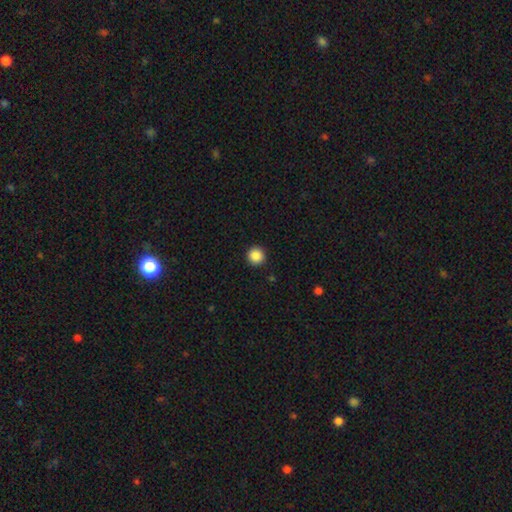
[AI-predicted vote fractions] Smooth or featured? Predicted: smooth (p=0.88). How rounded? Predicted: round (p=0.96). Merging? Predicted: none (p=0.93).